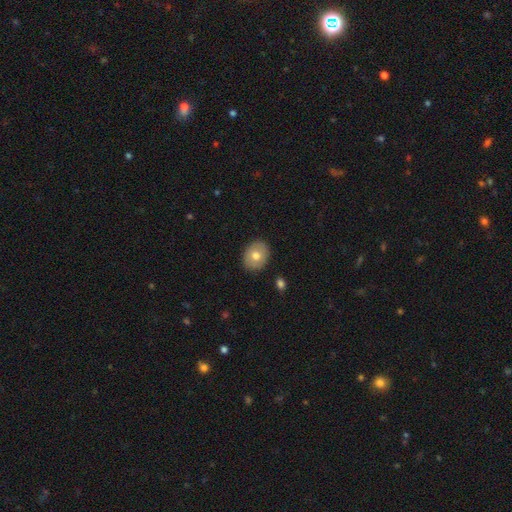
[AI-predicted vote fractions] This is likely a smooth galaxy (71%). How rounded: possibly in between (52%). Merging: clearly none (89%).